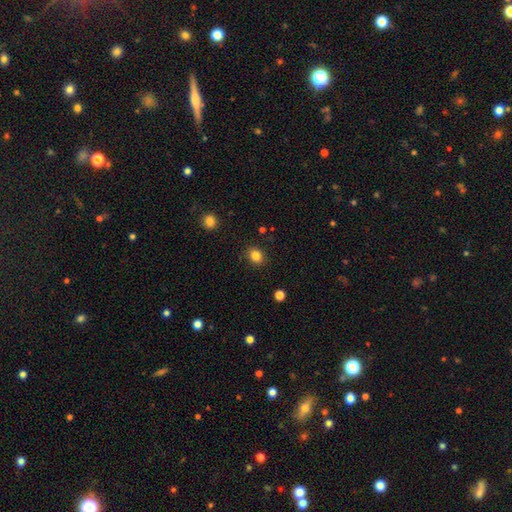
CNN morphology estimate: smooth-or-featured: smooth: 84% | star or artifact: 11% | featured or disk: 5%
  how-rounded: round: 60% | in between: 39% | cigar-shaped: 1%
  merging: none: 88% | minor disturbance: 8% | major disturbance: 2% | merger: 1%